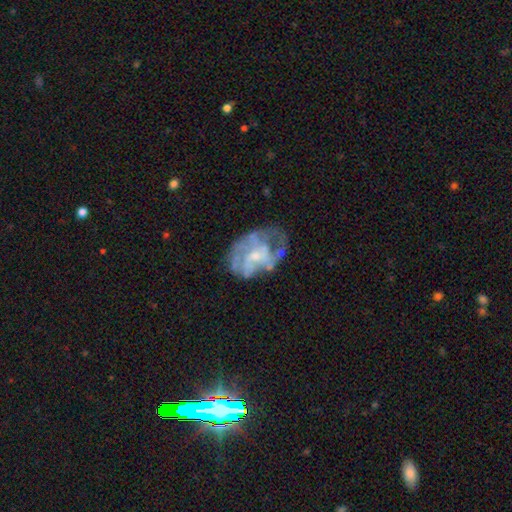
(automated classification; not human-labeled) A featured or disk galaxy (75%) with no bar (69%), spiral arms (62%) and a small central bulge (52%).

Vote fractions:
- Smooth or featured? featured or disk: 75% / smooth: 17% / star or artifact: 8%
- Edge-on disk? no: 98% / yes: 2%
- Bar? no: 69% / weak: 26% / strong: 5%
- Spiral arms? yes: 62% / no: 38%
- Bulge size? small: 52% / moderate: 33% / none: 12% / large: 2% / dominant: 1%
- Merging? none: 48% / major disturbance: 25% / minor disturbance: 24% / merger: 3%